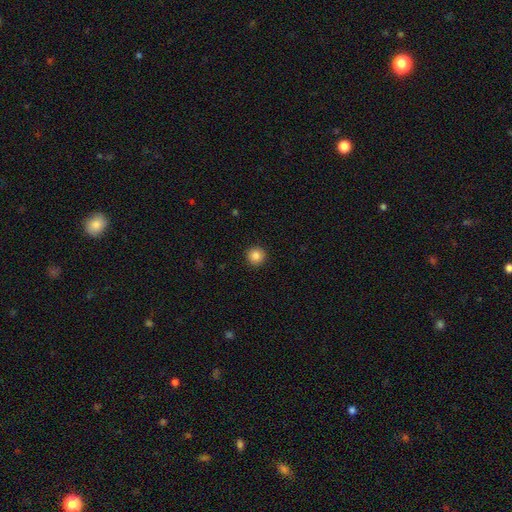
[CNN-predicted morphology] smooth_or_featured: smooth (p=0.86) [alt: star or artifact p=0.10]
how_rounded: round (p=0.95) [alt: in between p=0.04]
merging: none (p=0.93) [alt: minor disturbance p=0.05]